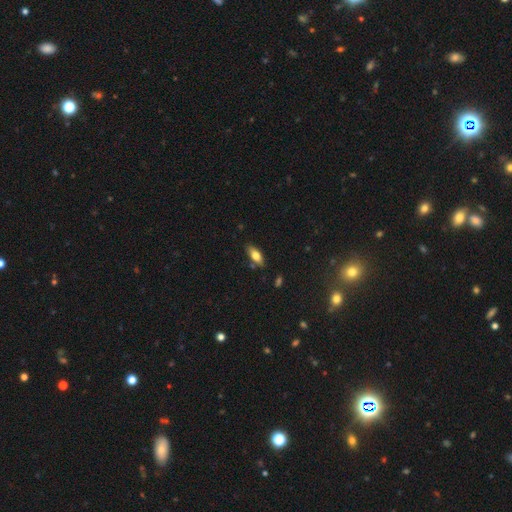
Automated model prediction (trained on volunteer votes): Q: Smooth or featured?
A: smooth (75%); runner-up: featured or disk (18%)
Q: How rounded?
A: in between (81%); runner-up: cigar-shaped (16%)
Q: Merging?
A: none (79%); runner-up: minor disturbance (14%)